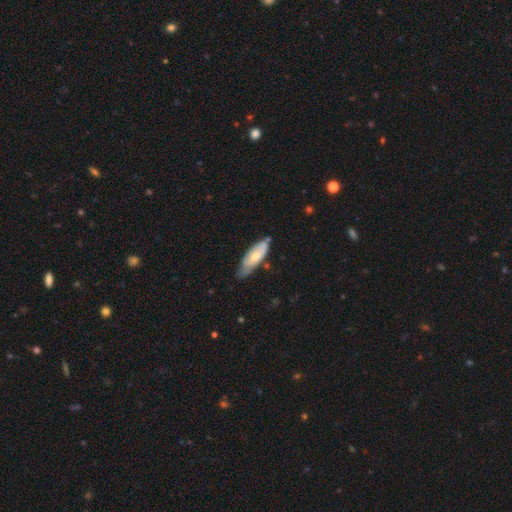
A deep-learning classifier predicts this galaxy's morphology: This appears to be a smooth galaxy with no disk features (50%). Merging: none (49%).